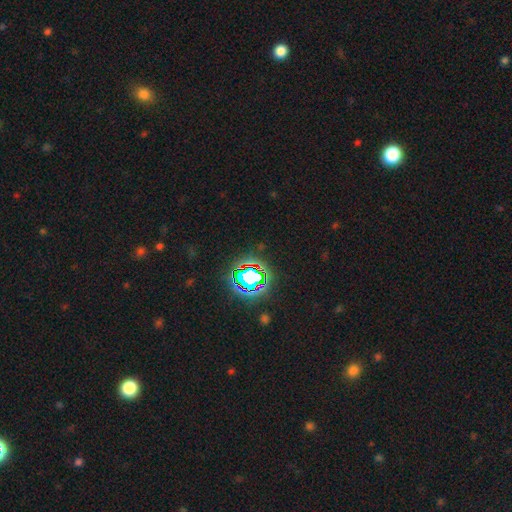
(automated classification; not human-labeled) This appears to be a star or artifact, not a galaxy (79%).